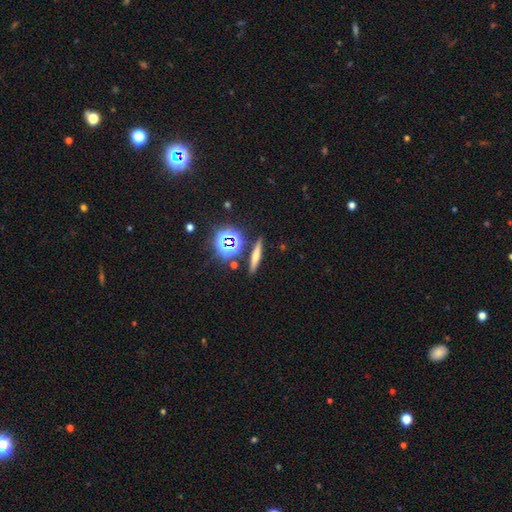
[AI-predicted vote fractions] Overall: smooth (48%; featured or disk 30%). Merging: none (85%).